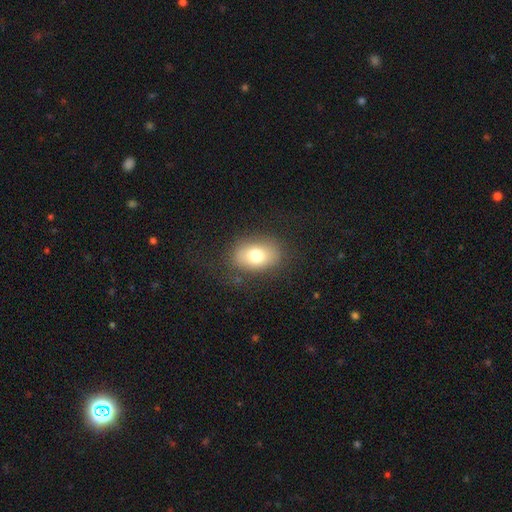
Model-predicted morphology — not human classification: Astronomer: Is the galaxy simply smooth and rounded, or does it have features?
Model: smooth — 76%.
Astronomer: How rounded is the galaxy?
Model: in between — 79%.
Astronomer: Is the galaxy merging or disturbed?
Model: none — 79%.